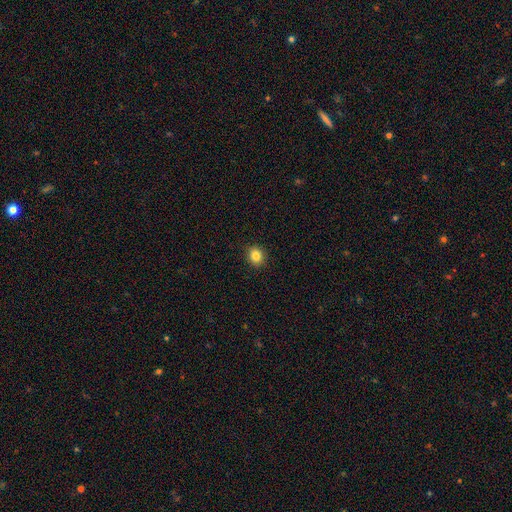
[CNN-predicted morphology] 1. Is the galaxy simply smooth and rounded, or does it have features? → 84% smooth, 11% star or artifact, 5% featured or disk.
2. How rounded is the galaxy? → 77% round, 22% in between, 1% cigar-shaped.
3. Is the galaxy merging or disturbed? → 91% none, 6% minor disturbance, 2% major disturbance, 1% merger.